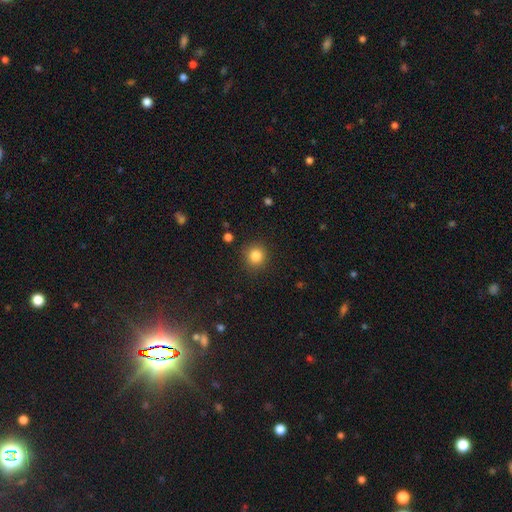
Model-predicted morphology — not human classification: smooth 84%, star or artifact 11%, featured or disk 5%. Down the decision tree: how rounded — round (91%); merging — none (89%).